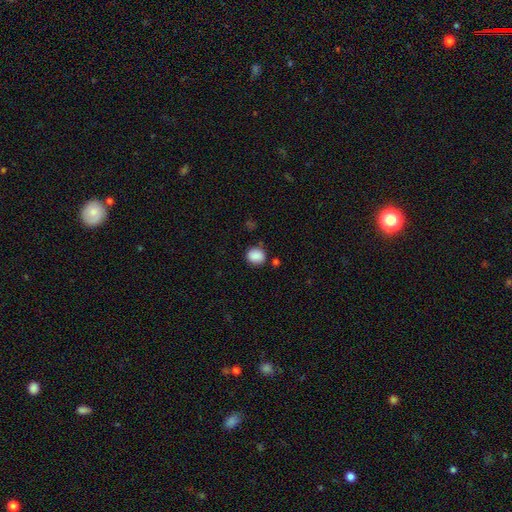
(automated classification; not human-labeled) A smooth galaxy with no disk features (86%) that is round (73%).

Vote fractions:
- Smooth or featured? smooth: 86% / star or artifact: 9% / featured or disk: 5%
- How rounded? round: 73% / in between: 26% / cigar-shaped: 1%
- Merging? none: 79% / minor disturbance: 13% / merger: 4% / major disturbance: 4%